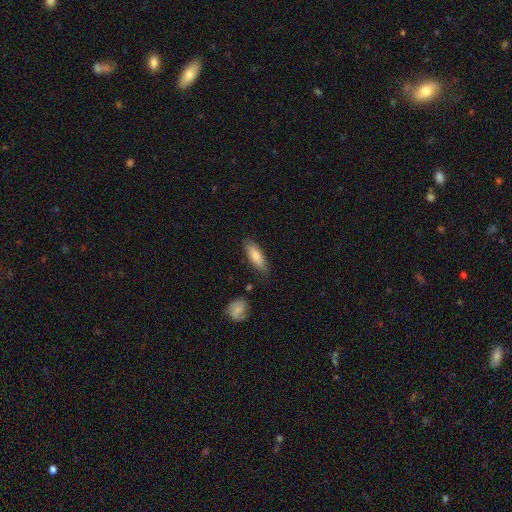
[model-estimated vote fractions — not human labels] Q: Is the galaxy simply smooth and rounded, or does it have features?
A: smooth — 79%.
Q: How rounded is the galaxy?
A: in between — 56%.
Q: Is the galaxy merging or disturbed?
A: none — 77%.